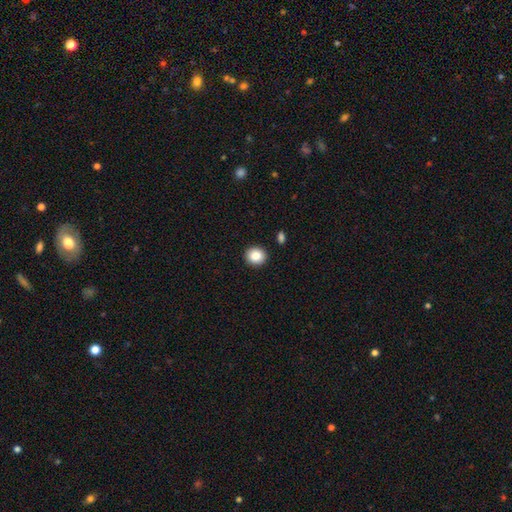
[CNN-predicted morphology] Smooth or featured: smooth — 85% (star or artifact — 9%)
How rounded: round — 86% (in between — 13%)
Merging: none — 92% (minor disturbance — 5%)